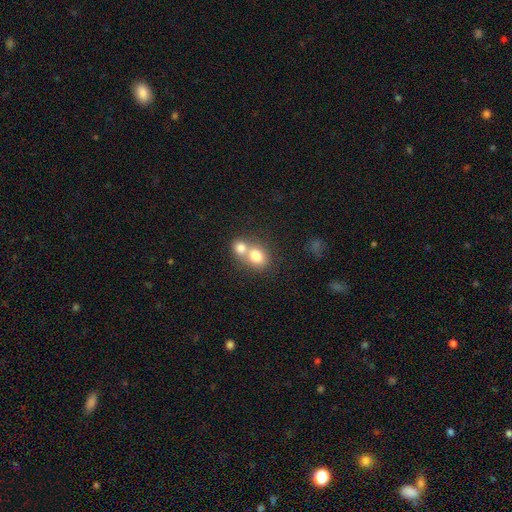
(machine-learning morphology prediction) The model was most divided on "how rounded": round: 61%, in between: 38%, cigar-shaped: 1%. More confident: smooth or featured — smooth (75%); merging — merger (65%).